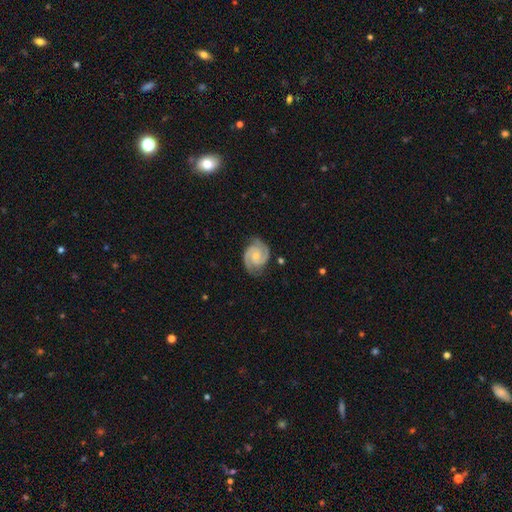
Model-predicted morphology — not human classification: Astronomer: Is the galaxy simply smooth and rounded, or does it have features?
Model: featured or disk — 92%.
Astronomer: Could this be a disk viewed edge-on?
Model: no — 98%.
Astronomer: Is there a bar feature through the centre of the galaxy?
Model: no — 66%.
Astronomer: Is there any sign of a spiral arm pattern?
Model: yes — 99%.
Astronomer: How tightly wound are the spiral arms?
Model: tight — 55% (runner-up: medium, 40%).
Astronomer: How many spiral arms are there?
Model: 2 — 91%.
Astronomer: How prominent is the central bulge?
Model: small — 60%.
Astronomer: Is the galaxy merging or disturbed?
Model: none — 81%.